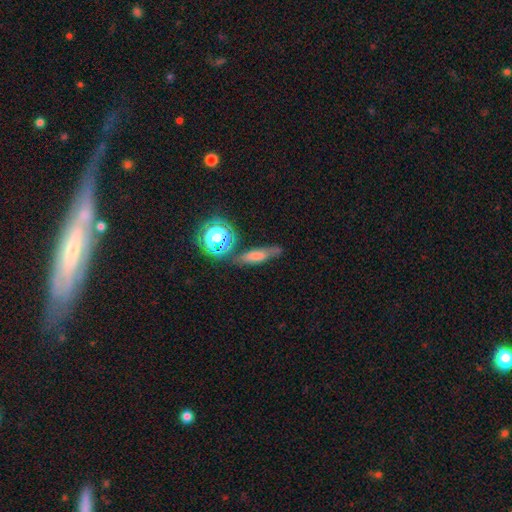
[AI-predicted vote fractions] smooth 47%, star or artifact 27%, featured or disk 26%. Down the decision tree: merging — none (68%).